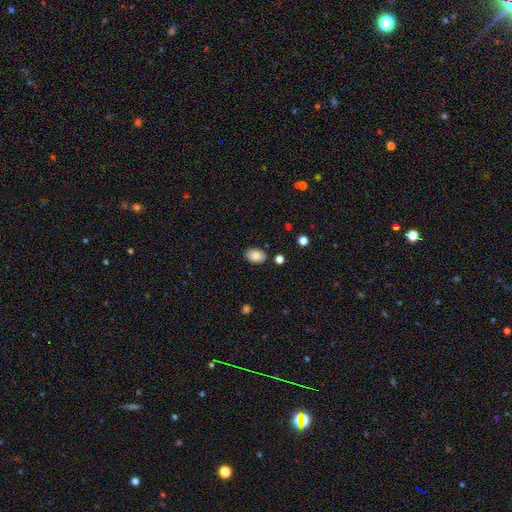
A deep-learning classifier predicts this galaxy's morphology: Smooth or featured? smooth (85%)
How rounded? in between (86%)
Merging? none (84%)